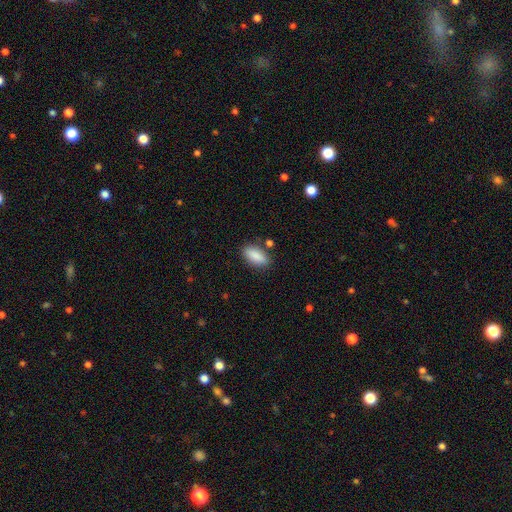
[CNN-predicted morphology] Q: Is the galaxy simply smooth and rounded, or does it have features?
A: smooth — 88%.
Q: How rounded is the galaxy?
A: in between — 85%.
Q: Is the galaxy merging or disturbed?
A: none — 82%.